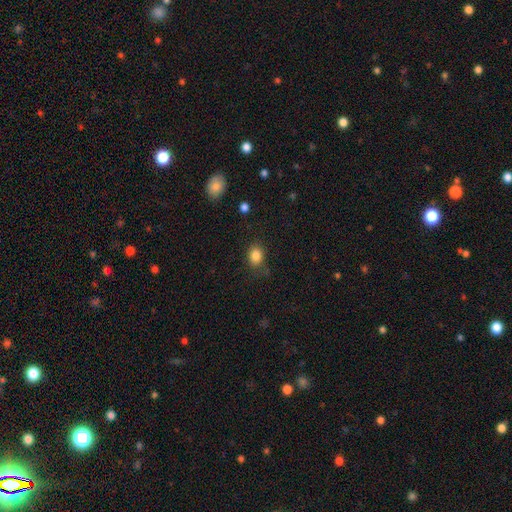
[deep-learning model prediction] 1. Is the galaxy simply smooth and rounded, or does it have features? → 84% smooth, 11% star or artifact, 5% featured or disk.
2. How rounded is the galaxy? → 51% in between, 48% round, 1% cigar-shaped.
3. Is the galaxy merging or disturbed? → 77% none, 16% minor disturbance, 5% major disturbance, 2% merger.